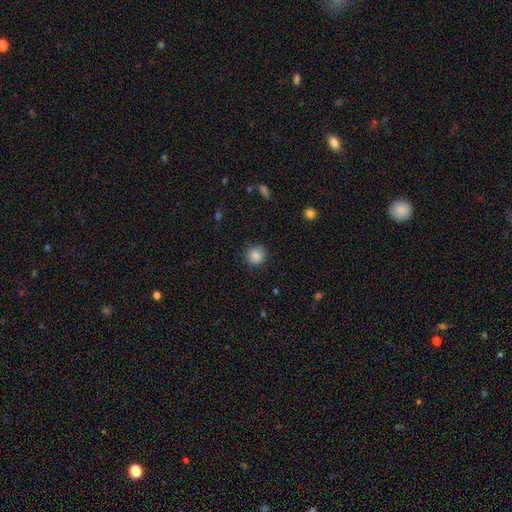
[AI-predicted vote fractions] Smooth or featured? Predicted: smooth (p=0.87). How rounded? Predicted: round (p=0.89). Merging? Predicted: none (p=0.87).